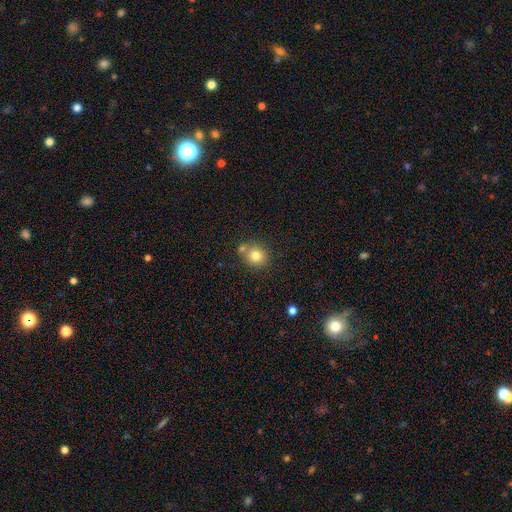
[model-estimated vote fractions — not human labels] Q: Smooth or featured?
A: smooth (79%); runner-up: star or artifact (11%)
Q: How rounded?
A: round (85%); runner-up: in between (14%)
Q: Merging?
A: none (65%); runner-up: merger (22%)